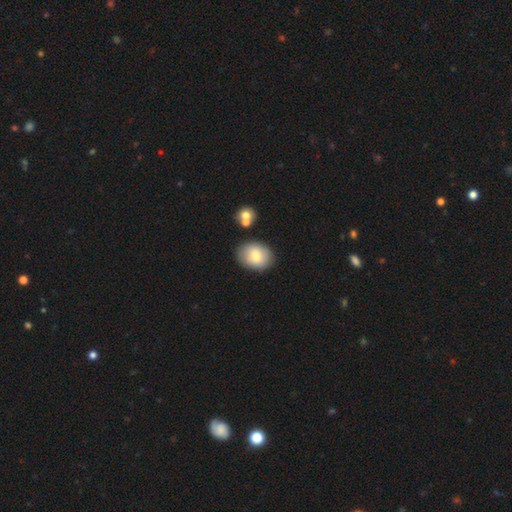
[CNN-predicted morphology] Smooth or featured? smooth (78%)
How rounded? in between (60%)
Merging? none (80%)